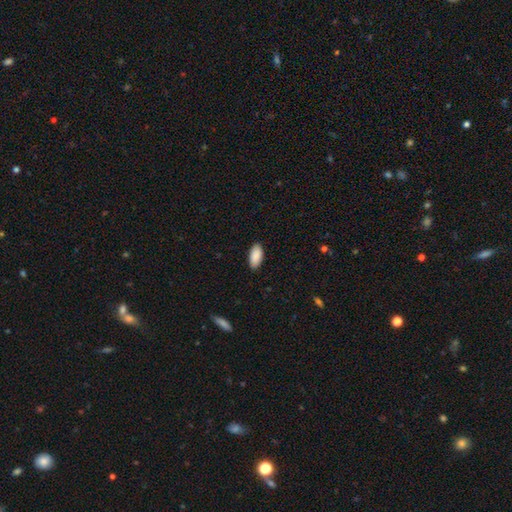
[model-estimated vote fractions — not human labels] Smooth or featured: smooth — 90% (star or artifact — 6%)
How rounded: in between — 92% (cigar-shaped — 6%)
Merging: none — 88% (minor disturbance — 9%)